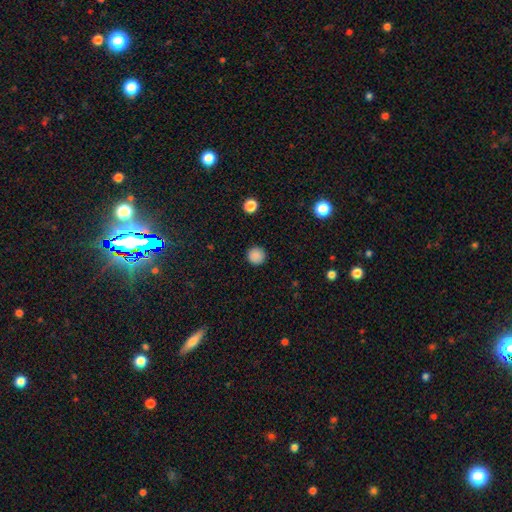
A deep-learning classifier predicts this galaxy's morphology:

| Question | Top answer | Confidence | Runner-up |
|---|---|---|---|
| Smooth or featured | smooth | 87% | star or artifact (10%) |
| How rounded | round | 96% | in between (3%) |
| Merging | none | 92% | minor disturbance (5%) |